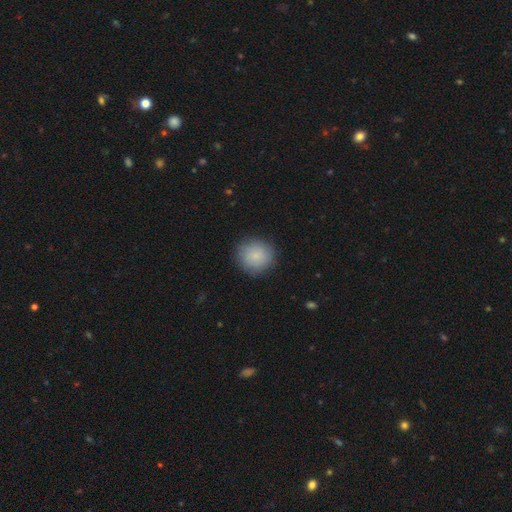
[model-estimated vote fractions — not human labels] Morphology: type=smooth (86%); roundness=round (91%); merging=none (88%).